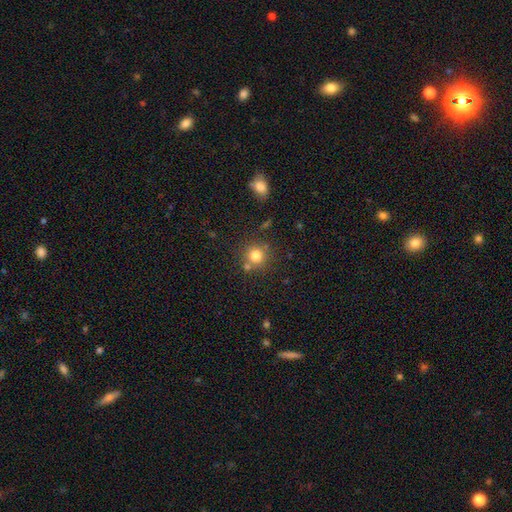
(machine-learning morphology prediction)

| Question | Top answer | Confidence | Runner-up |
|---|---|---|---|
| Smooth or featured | smooth | 79% | star or artifact (13%) |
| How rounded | round | 92% | in between (8%) |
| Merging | none | 74% | merger (12%) |